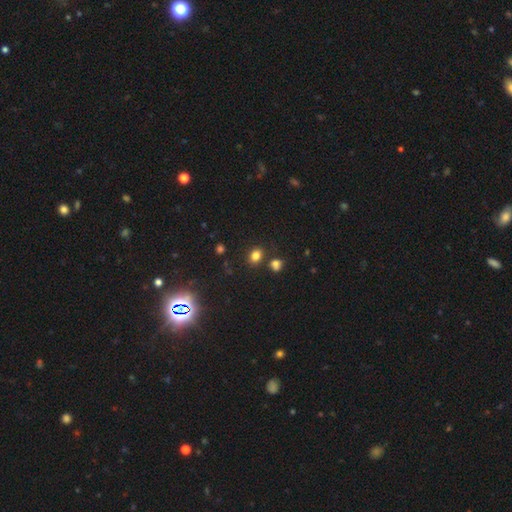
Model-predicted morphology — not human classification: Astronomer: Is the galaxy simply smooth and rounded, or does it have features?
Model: smooth — 79%.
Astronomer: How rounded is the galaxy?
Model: in between — 51% (runner-up: round, 48%).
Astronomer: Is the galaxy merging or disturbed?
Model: none — 77%.